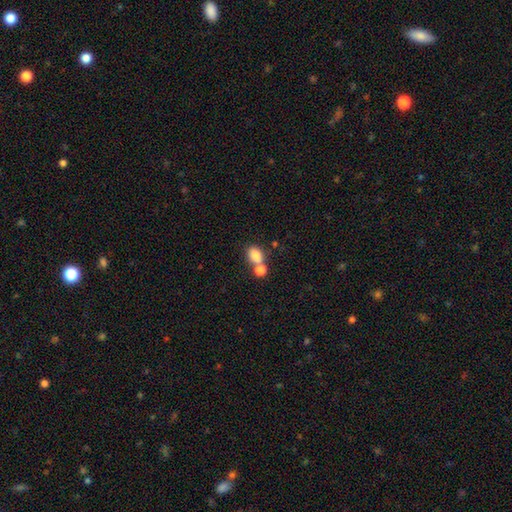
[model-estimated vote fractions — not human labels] Q: Smooth or featured?
A: smooth (82%); runner-up: star or artifact (10%)
Q: How rounded?
A: in between (74%); runner-up: round (25%)
Q: Merging?
A: merger (44%); runner-up: none (42%)